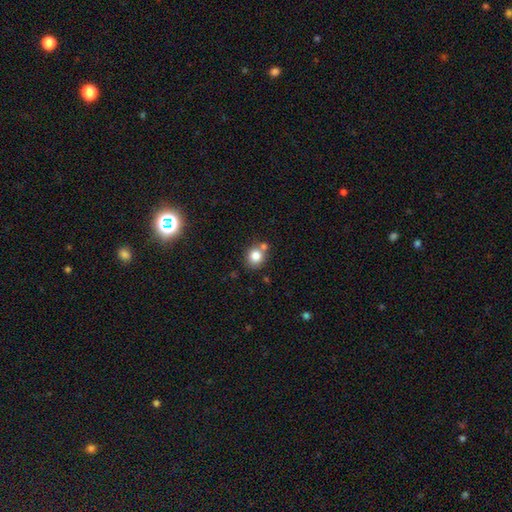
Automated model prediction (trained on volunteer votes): smooth 81%, star or artifact 11%, featured or disk 8%. Down the decision tree: how rounded — round (80%); merging — none (65%).